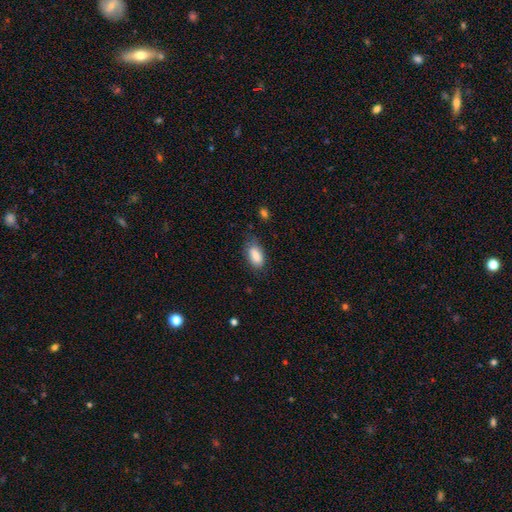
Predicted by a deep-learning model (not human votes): The model was most divided on "merging": none: 68%, minor disturbance: 24%, major disturbance: 6%, merger: 2%. More confident: how rounded — in between (90%); smooth or featured — smooth (85%).